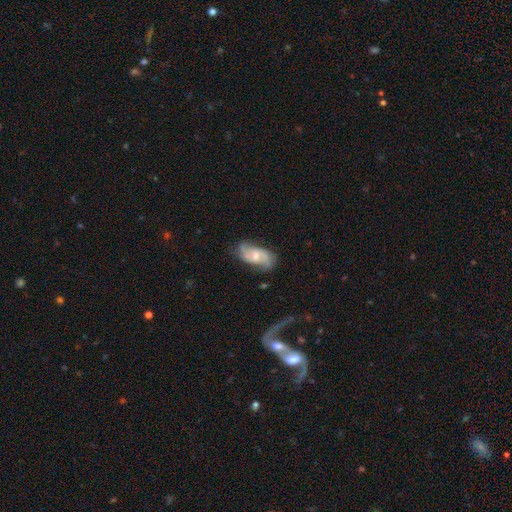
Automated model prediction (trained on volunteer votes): smooth_or_featured: featured or disk (p=0.62) [alt: smooth p=0.31]
disk_edge_on: no (p=0.93) [alt: yes p=0.07]
bar: no (p=0.59) [alt: weak p=0.34]
has_spiral_arms: yes (p=0.85) [alt: no p=0.15]
bulge_size: moderate (p=0.53) [alt: small p=0.39]
merging: none (p=0.63) [alt: minor disturbance p=0.26]